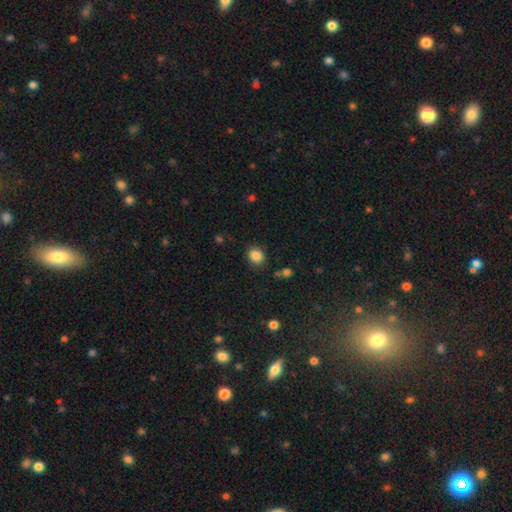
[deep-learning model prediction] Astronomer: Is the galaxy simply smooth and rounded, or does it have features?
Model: smooth — 85%.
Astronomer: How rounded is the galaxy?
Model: round — 60% (runner-up: in between, 40%).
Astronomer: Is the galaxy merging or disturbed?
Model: none — 84%.